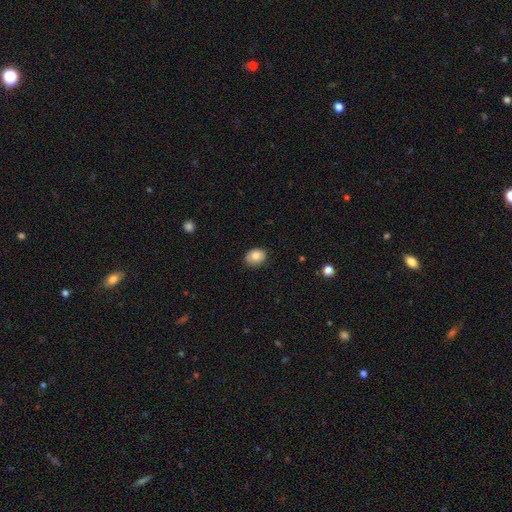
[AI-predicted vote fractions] A smooth galaxy with no disk features (78%) that is in between round and cigar-shaped (51%). Merging: none (81%).